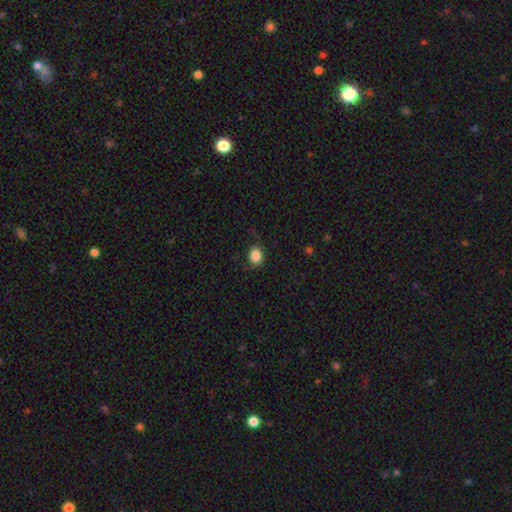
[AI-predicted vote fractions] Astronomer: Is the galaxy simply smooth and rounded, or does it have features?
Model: smooth — 86%.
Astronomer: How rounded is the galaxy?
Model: round — 56% (runner-up: in between, 43%).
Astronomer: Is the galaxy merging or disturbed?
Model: none — 76%.